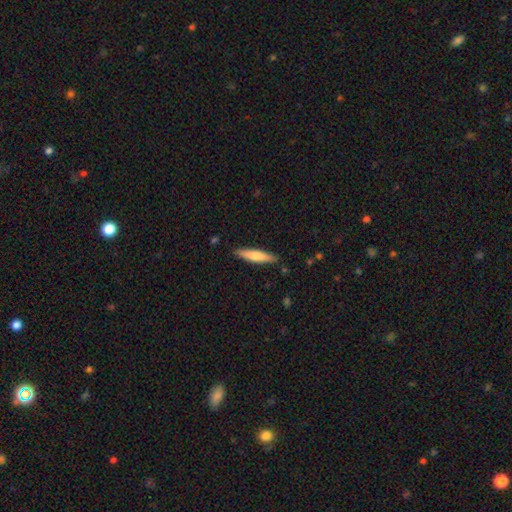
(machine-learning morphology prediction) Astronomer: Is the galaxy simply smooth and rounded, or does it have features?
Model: smooth — 65%.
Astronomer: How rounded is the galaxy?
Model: cigar-shaped — 85%.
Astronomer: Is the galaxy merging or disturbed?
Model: none — 89%.